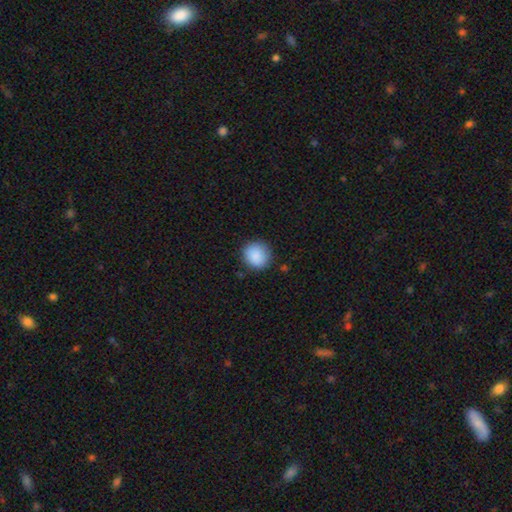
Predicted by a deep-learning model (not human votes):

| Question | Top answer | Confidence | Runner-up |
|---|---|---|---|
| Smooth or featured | smooth | 89% | star or artifact (8%) |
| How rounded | round | 89% | in between (10%) |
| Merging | none | 85% | minor disturbance (11%) |